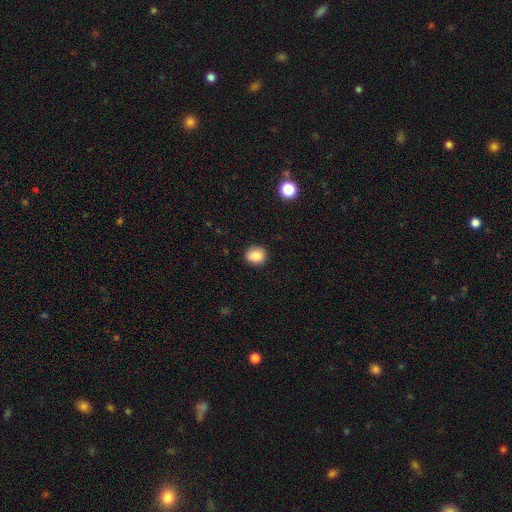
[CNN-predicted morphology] Smooth or featured? Predicted: smooth (p=0.87). How rounded? Predicted: round (p=0.73). Merging? Predicted: none (p=0.90).